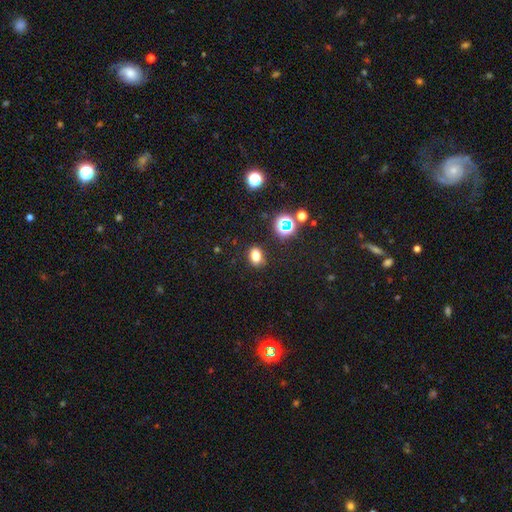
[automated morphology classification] A smooth galaxy with no disk features (75%) that is in between round and cigar-shaped (69%).

Vote fractions:
- Smooth or featured? smooth: 75% / star or artifact: 18% / featured or disk: 7%
- How rounded? in between: 69% / round: 30% / cigar-shaped: 1%
- Merging? none: 84% / minor disturbance: 10% / major disturbance: 3% / merger: 3%